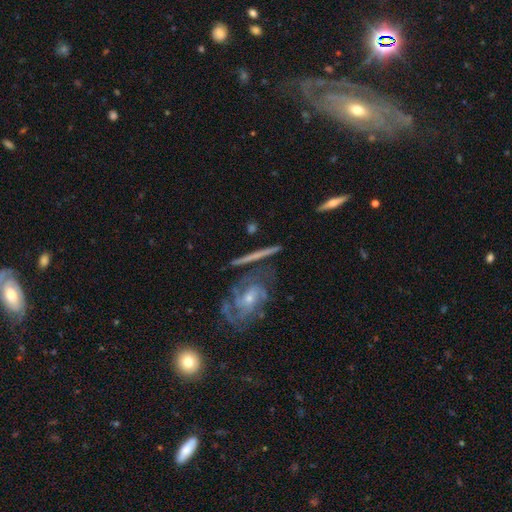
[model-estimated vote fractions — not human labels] This appears to be a featured or disk galaxy (70%) viewed edge-on (55%). Merging: none (71%).